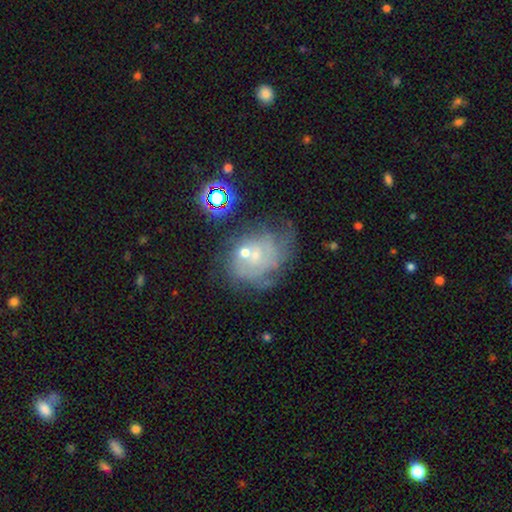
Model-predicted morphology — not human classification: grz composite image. It shows a featured or disk galaxy (57%) with no bar (77%), spiral arms (65%) and a small central bulge (60%). Merging: none (38%).